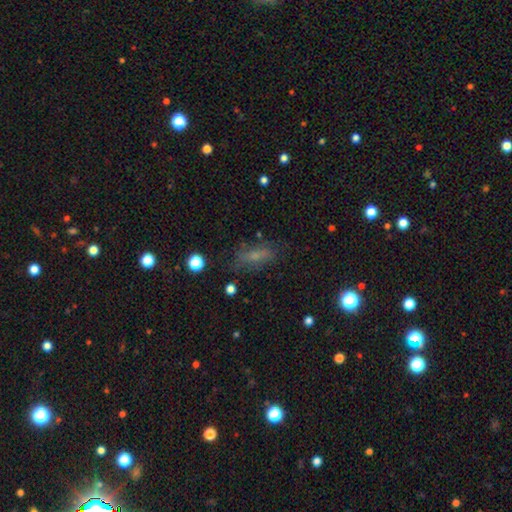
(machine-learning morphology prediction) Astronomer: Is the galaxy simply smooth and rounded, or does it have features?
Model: smooth — 55%.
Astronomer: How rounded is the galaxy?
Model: in between — 61%.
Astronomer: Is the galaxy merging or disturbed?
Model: none — 69%.